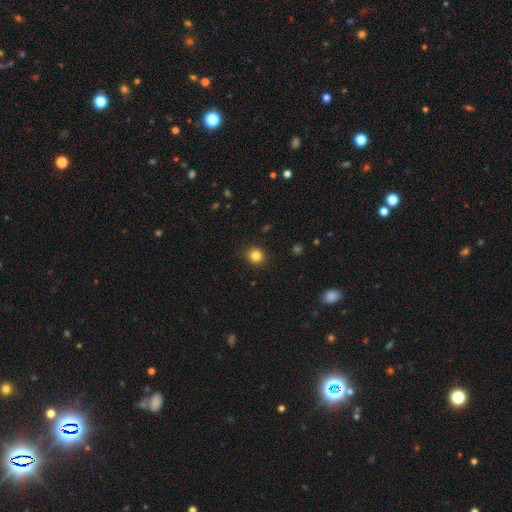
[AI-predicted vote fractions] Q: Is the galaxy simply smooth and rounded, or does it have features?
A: smooth — 84%.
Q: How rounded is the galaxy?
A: round — 89%.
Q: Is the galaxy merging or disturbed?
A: none — 90%.